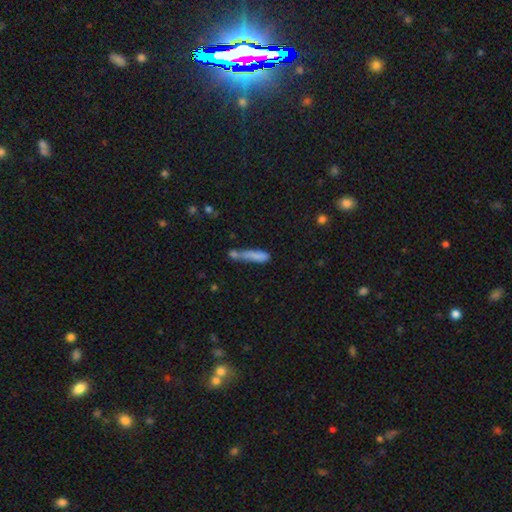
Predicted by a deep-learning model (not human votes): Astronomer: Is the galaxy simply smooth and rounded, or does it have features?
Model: smooth — 76%.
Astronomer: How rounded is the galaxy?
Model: cigar-shaped — 77%.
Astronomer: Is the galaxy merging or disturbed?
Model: merger — 36% (runner-up: none, 30%).